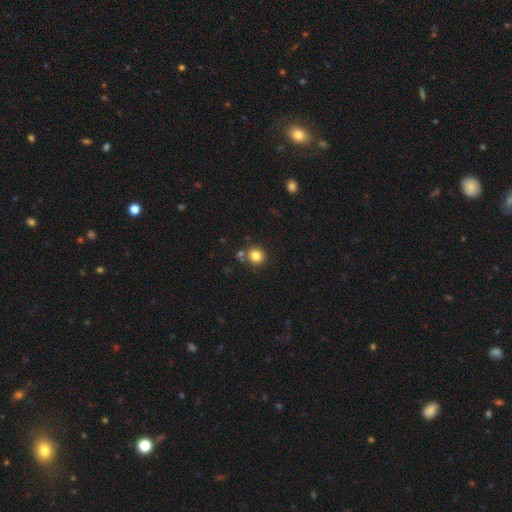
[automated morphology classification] Smooth or featured? smooth (82%)
How rounded? round (91%)
Merging? none (78%)